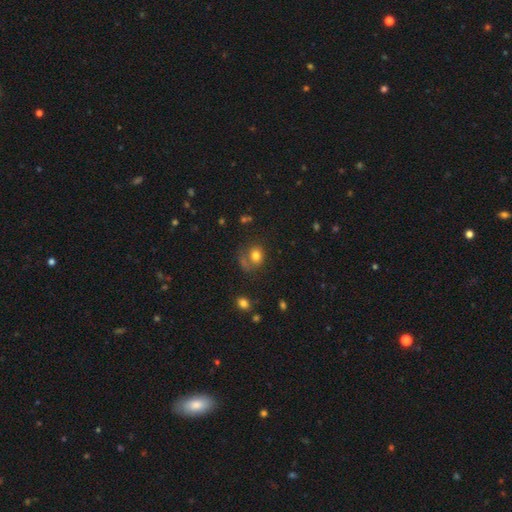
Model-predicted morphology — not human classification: This appears to be a smooth galaxy with no disk features (76%) that is round (60%). Merging: none (50%).